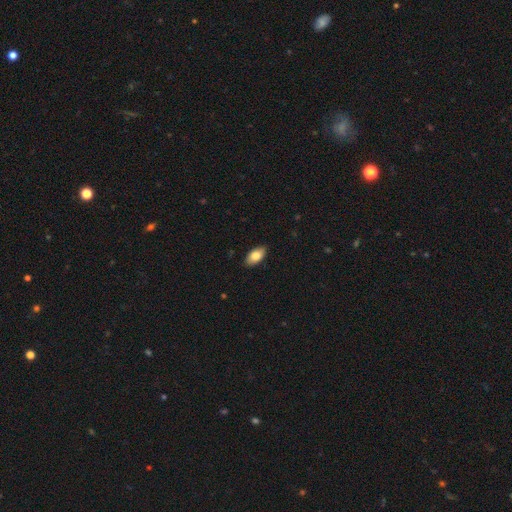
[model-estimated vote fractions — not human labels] A smooth galaxy with no disk features (82%) that is in between round and cigar-shaped (93%). Merging: none (88%).